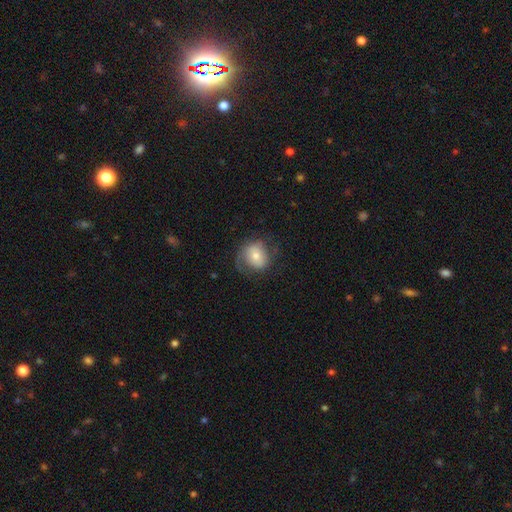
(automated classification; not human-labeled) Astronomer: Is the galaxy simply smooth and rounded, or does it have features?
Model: smooth — 54% (runner-up: featured or disk, 38%).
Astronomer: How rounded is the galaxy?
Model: round — 67%.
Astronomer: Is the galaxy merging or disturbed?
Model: none — 59%.